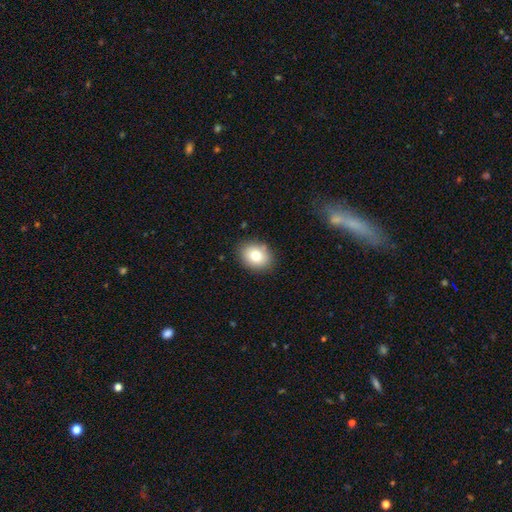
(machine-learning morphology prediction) smooth-or-featured: smooth: 79% | featured or disk: 11% | star or artifact: 9%
  how-rounded: in between: 54% | round: 45% | cigar-shaped: 1%
  merging: none: 86% | minor disturbance: 10% | major disturbance: 2% | merger: 2%